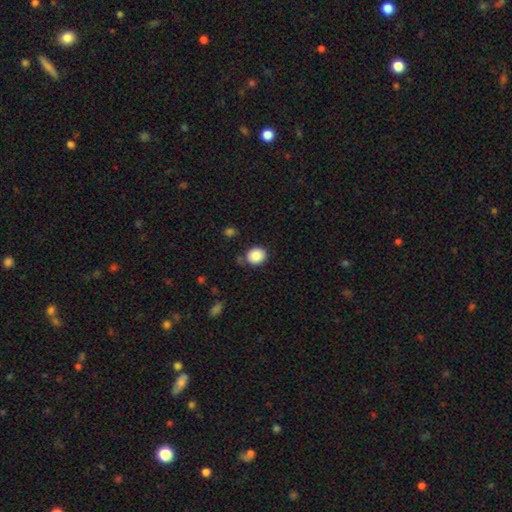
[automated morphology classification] smooth 87%, star or artifact 8%, featured or disk 5%. Down the decision tree: how rounded — round (70%); merging — none (78%).